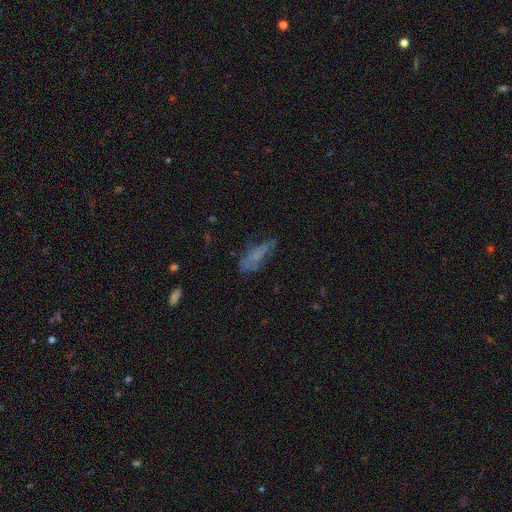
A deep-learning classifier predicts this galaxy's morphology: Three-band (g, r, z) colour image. It shows a smooth galaxy with no disk features (53%) that is cigar-shaped (49%). Merging: none (50%).